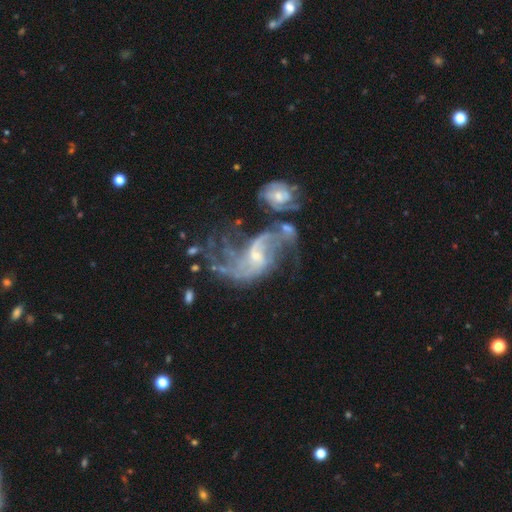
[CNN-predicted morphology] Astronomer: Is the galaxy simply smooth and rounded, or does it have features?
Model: featured or disk — 86%.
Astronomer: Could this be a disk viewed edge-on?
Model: no — 97%.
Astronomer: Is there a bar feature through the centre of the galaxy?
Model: weak — 45% (runner-up: no, 42%).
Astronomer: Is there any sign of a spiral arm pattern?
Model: yes — 91%.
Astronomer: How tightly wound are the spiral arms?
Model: loose — 62%.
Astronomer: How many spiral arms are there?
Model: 2 — 57%.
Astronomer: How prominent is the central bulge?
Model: small — 60%.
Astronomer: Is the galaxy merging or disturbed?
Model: merger — 42% (runner-up: major disturbance, 25%).